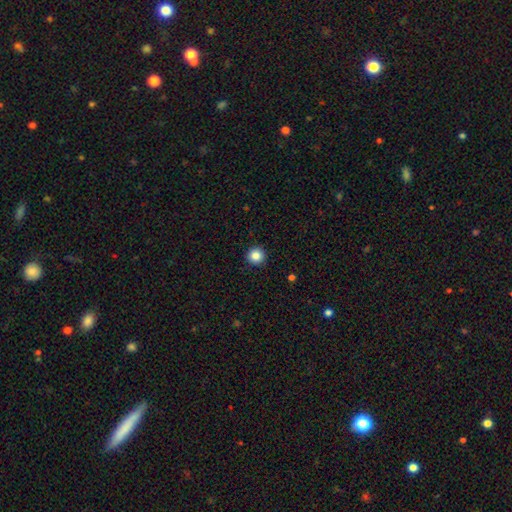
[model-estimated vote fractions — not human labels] smooth_or_featured: smooth (p=0.85) [alt: star or artifact p=0.10]
how_rounded: round (p=0.95) [alt: in between p=0.04]
merging: none (p=0.93) [alt: minor disturbance p=0.04]